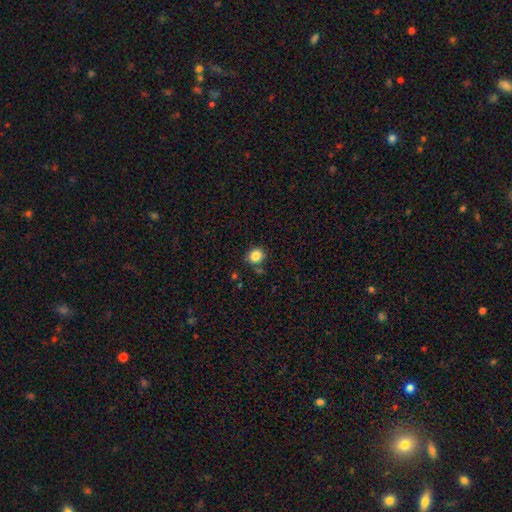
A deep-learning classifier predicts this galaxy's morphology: smooth-or-featured: smooth: 84% | star or artifact: 11% | featured or disk: 5%
  how-rounded: round: 82% | in between: 17% | cigar-shaped: 1%
  merging: none: 77% | minor disturbance: 13% | merger: 7% | major disturbance: 3%